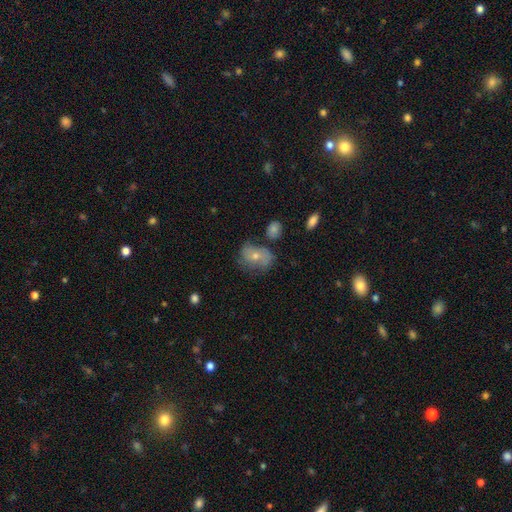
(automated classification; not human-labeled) Smooth or featured? Predicted: featured or disk (p=0.50). Edge-on disk? Predicted: no (p=0.95). Merging? Predicted: none (p=0.63).